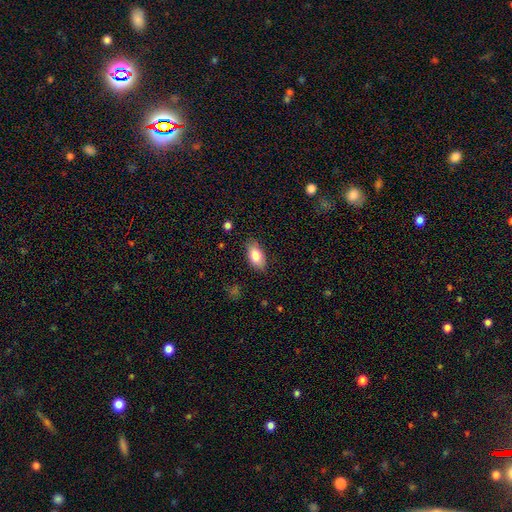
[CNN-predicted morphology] smooth_or_featured: smooth (p=0.82) [alt: featured or disk p=0.11]
how_rounded: in between (p=0.91) [alt: round p=0.05]
merging: none (p=0.83) [alt: minor disturbance p=0.13]